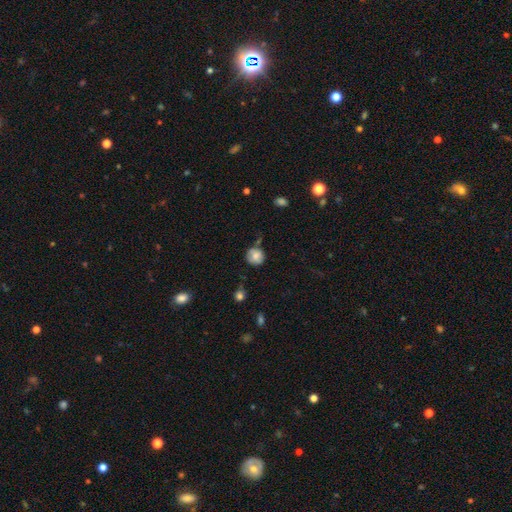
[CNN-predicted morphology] Smooth or featured? smooth (75%)
How rounded? round (86%)
Merging? none (63%)